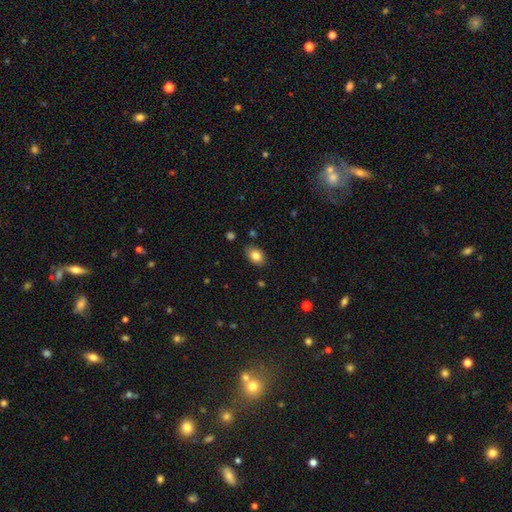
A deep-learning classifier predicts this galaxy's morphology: type=smooth (84%); roundness=in between (81%); merging=none (84%).